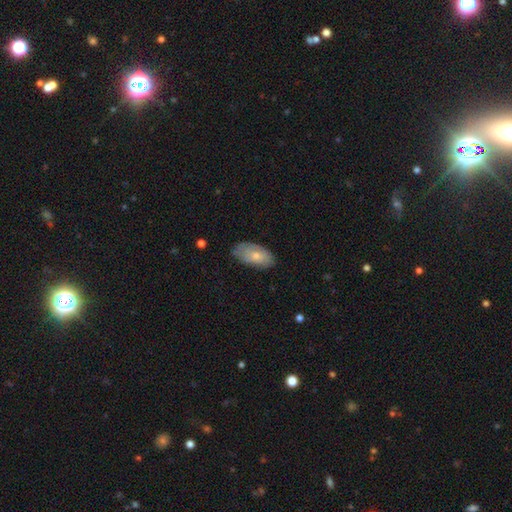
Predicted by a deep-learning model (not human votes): This is likely a smooth galaxy (70%). How rounded: clearly in between (93%). Merging: likely none (67%).